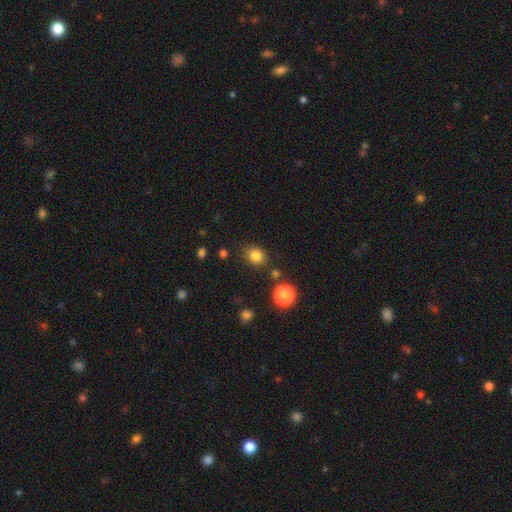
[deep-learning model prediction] The model was most divided on "how rounded": round: 65%, in between: 34%, cigar-shaped: 1%. More confident: smooth or featured — smooth (83%); merging — none (82%).